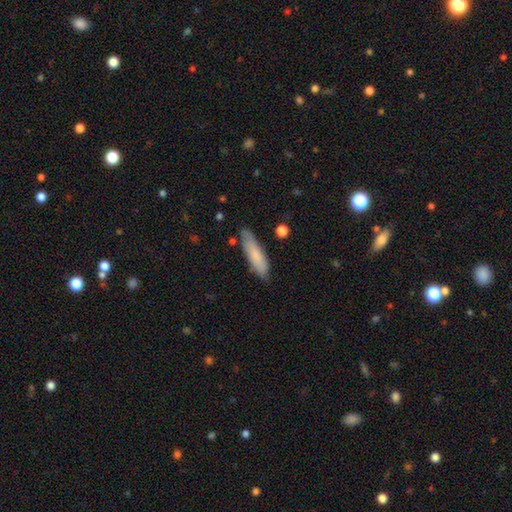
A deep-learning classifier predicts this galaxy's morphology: This is likely a smooth galaxy (79%). How rounded: likely cigar-shaped (71%). Merging: likely none (79%).